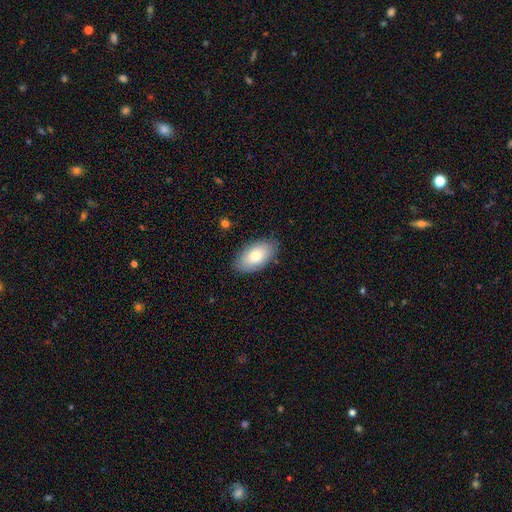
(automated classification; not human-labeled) This is likely a smooth galaxy (77%). How rounded: clearly in between (94%). Merging: clearly none (84%).